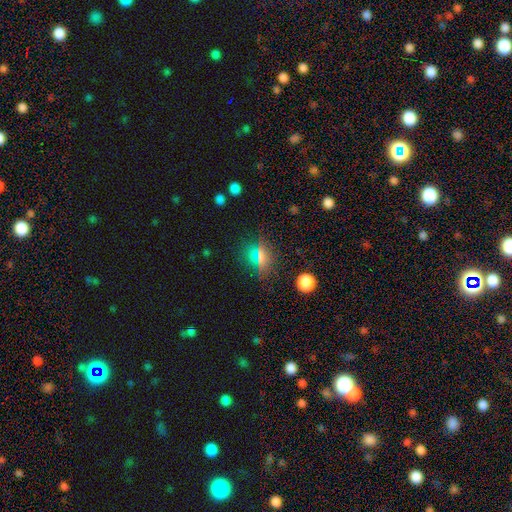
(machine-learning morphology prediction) Smooth or featured? smooth (55%)
How rounded? round (65%)
Merging? none (84%)